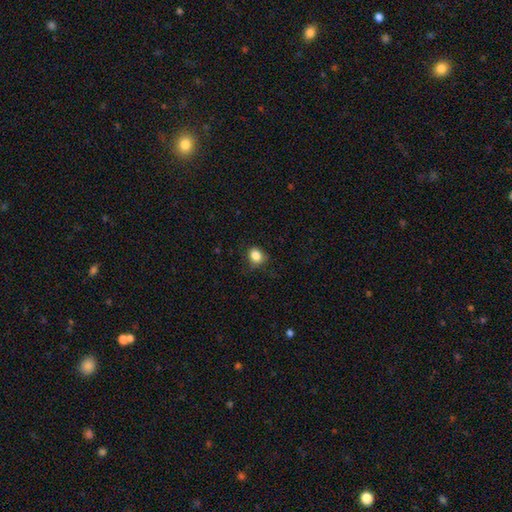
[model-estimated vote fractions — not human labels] Smooth or featured? smooth (85%)
How rounded? round (60%)
Merging? none (75%)